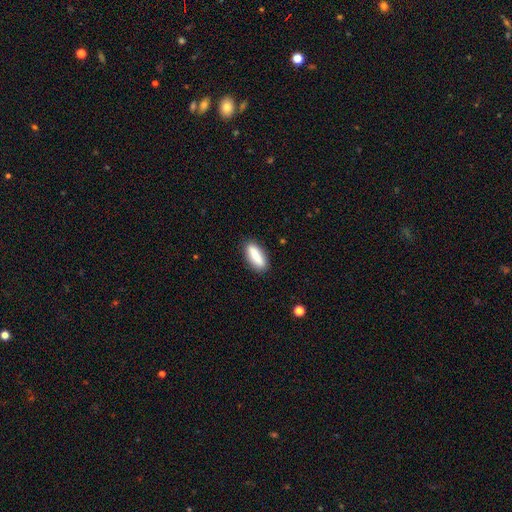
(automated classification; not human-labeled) Smooth or featured? Predicted: smooth (p=0.86). How rounded? Predicted: in between (p=0.58). Merging? Predicted: none (p=0.87).